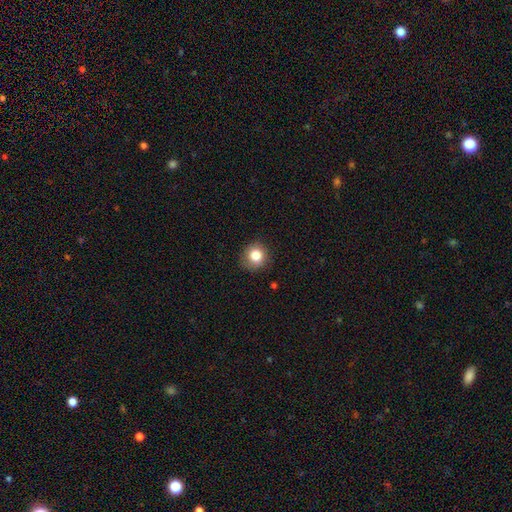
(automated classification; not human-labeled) Smooth or featured?
  - smooth: 83% *
  - star or artifact: 11%
  - featured or disk: 6%
How rounded?
  - round: 88% *
  - in between: 11%
  - cigar-shaped: 1%
Merging?
  - none: 84% *
  - minor disturbance: 12%
  - major disturbance: 3%
  - merger: 1%